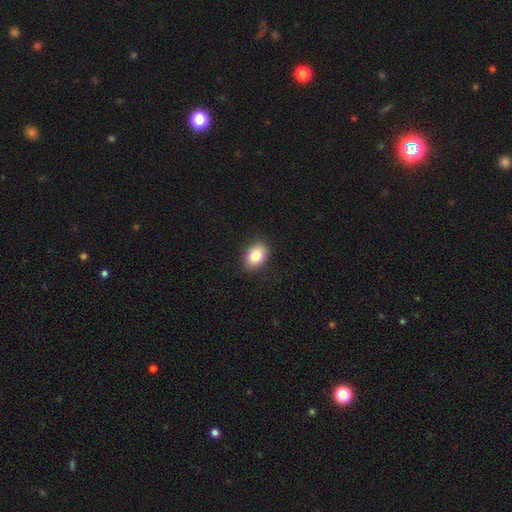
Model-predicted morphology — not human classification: type=smooth (83%); roundness=in between (79%); merging=none (88%).